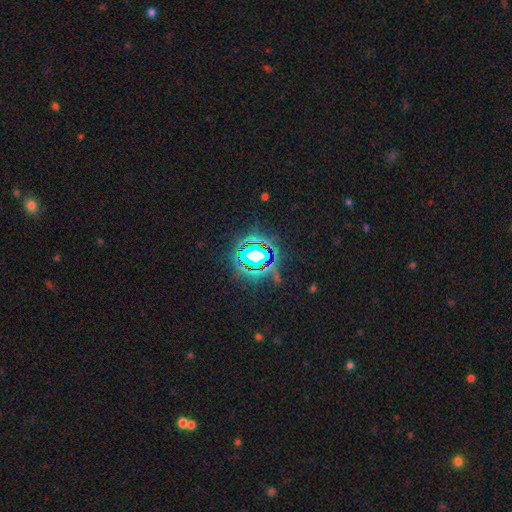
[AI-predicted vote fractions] A star or artifact, not a galaxy (74%).

Vote fractions:
- Smooth or featured? star or artifact: 74% / smooth: 14% / featured or disk: 13%